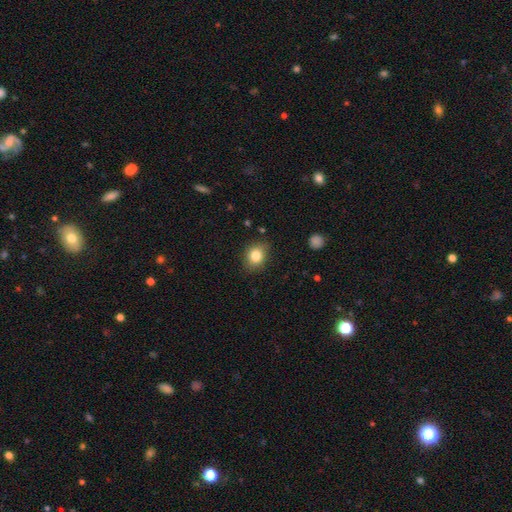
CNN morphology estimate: smooth-or-featured: smooth: 83% | star or artifact: 10% | featured or disk: 7%
  how-rounded: round: 52% | in between: 47% | cigar-shaped: 1%
  merging: none: 81% | minor disturbance: 15% | major disturbance: 3% | merger: 1%